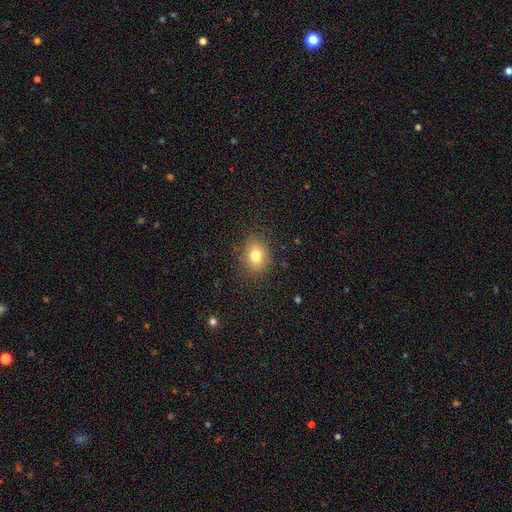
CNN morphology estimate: Smooth or featured: smooth — 79% (star or artifact — 12%)
How rounded: round — 54% (in between — 45%)
Merging: none — 85% (minor disturbance — 10%)